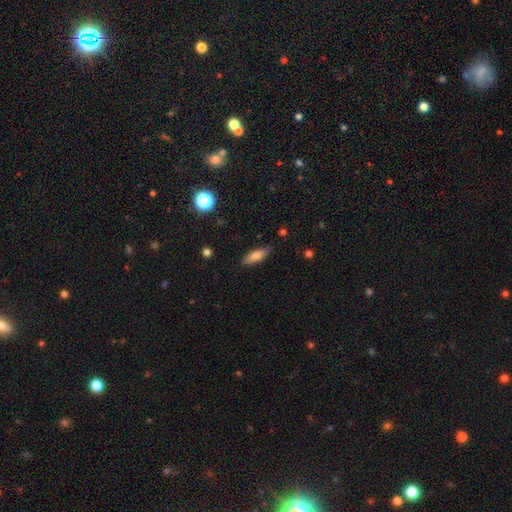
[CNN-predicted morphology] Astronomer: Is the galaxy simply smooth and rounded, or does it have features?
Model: smooth — 70%.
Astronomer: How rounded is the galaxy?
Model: cigar-shaped — 53% (runner-up: in between, 45%).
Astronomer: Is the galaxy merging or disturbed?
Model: none — 86%.